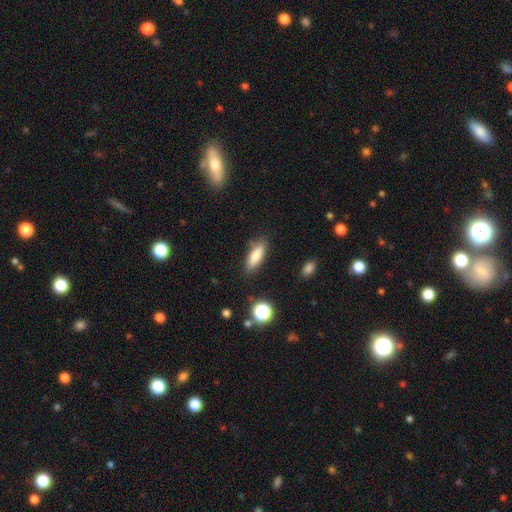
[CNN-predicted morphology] A smooth galaxy with no disk features (81%) that is in between round and cigar-shaped (56%). Merging: none (82%).